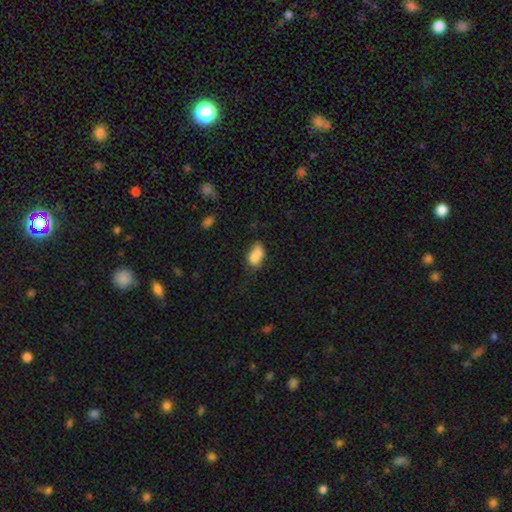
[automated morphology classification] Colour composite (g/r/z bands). It shows a smooth galaxy with no disk features (77%) that is in between round and cigar-shaped (85%). Merging: none (34%).